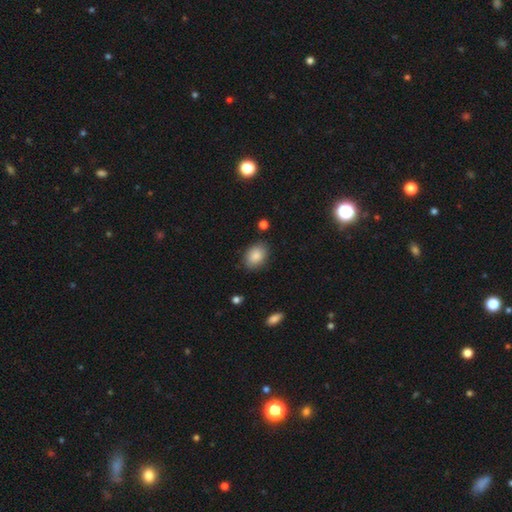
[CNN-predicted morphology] Q: Smooth or featured?
A: smooth (86%); runner-up: star or artifact (8%)
Q: How rounded?
A: in between (78%); runner-up: round (21%)
Q: Merging?
A: none (83%); runner-up: minor disturbance (12%)